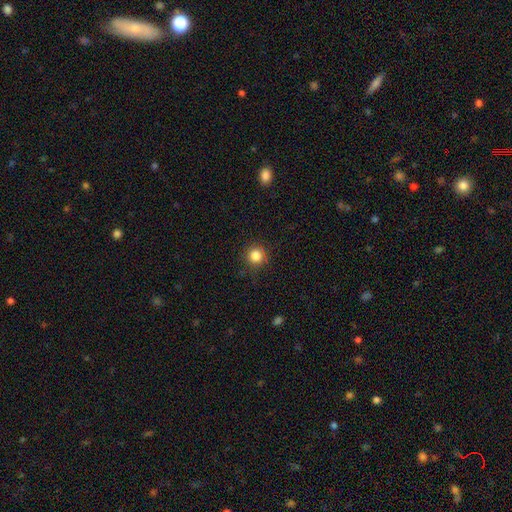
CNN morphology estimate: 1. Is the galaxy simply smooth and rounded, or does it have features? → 84% smooth, 12% star or artifact, 4% featured or disk.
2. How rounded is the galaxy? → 94% round, 5% in between, 1% cigar-shaped.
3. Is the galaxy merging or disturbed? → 87% none, 9% minor disturbance, 3% major disturbance, 1% merger.